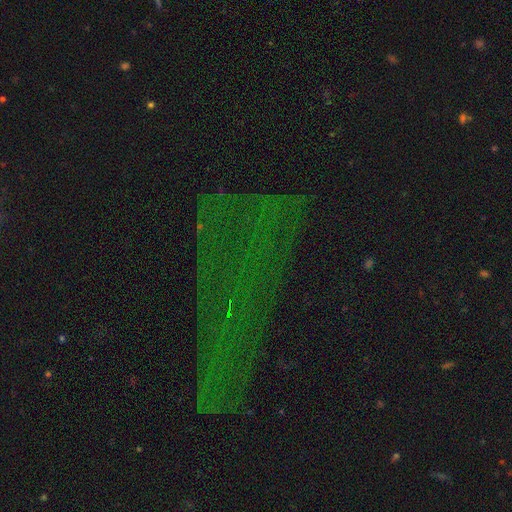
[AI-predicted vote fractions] Smooth or featured: star or artifact — 73% (featured or disk — 14%)